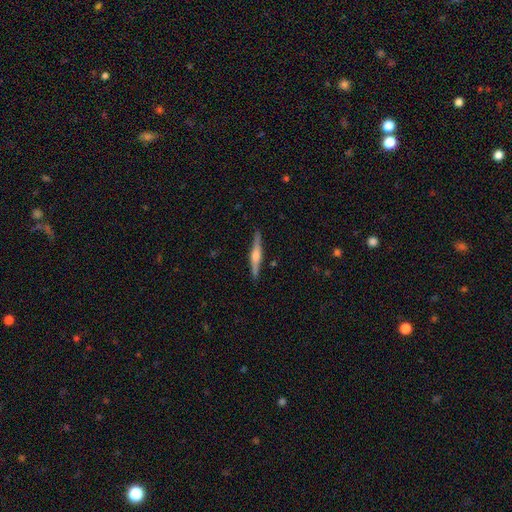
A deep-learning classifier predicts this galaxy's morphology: smooth-or-featured: featured or disk: 74% | smooth: 21% | star or artifact: 5%
  disk-edge-on: yes: 98% | no: 2%
    edge-on-bulge: rounded: 85% | boxy: 10% | none: 4%
  merging: none: 91% | minor disturbance: 7% | major disturbance: 1% | merger: 1%